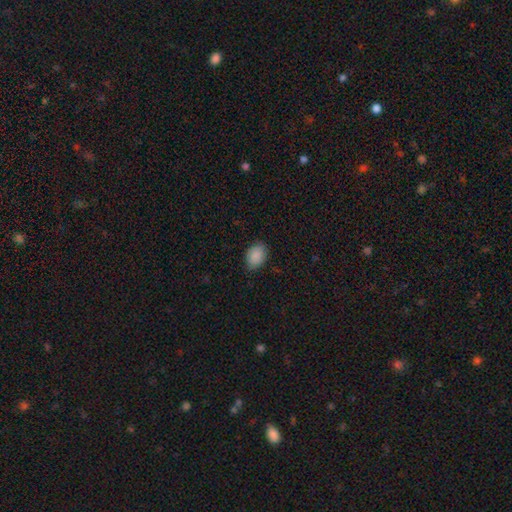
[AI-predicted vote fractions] A smooth galaxy with no disk features (89%) that is in between round and cigar-shaped (79%).

Vote fractions:
- Smooth or featured? smooth: 89% / star or artifact: 7% / featured or disk: 4%
- How rounded? in between: 79% / round: 20% / cigar-shaped: 1%
- Merging? none: 82% / minor disturbance: 14% / major disturbance: 3% / merger: 1%